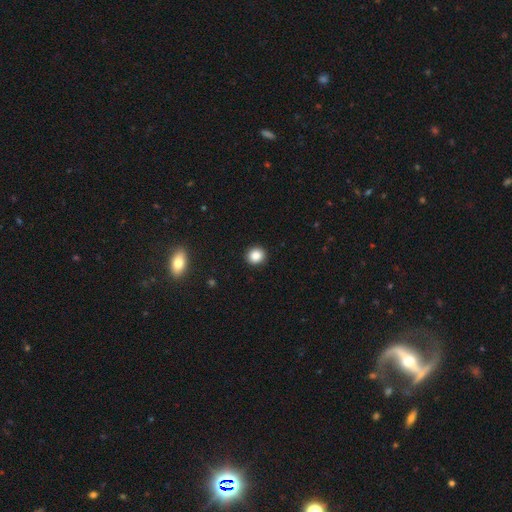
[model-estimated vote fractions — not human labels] smooth-or-featured: smooth: 86% | star or artifact: 10% | featured or disk: 3%
  how-rounded: round: 89% | in between: 10% | cigar-shaped: 1%
  merging: none: 92% | minor disturbance: 5% | major disturbance: 2% | merger: 1%